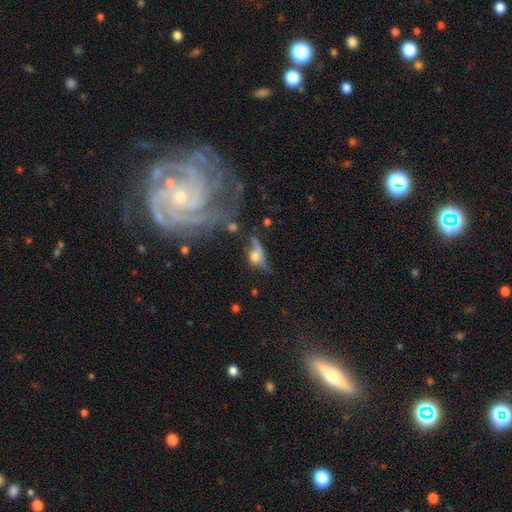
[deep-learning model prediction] Smooth or featured? smooth (44%)
Merging? major disturbance (39%)